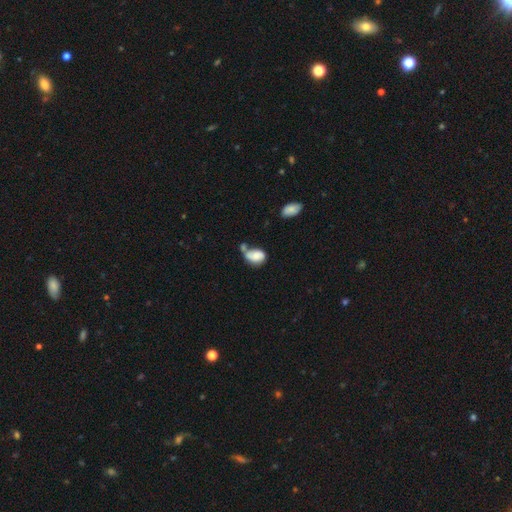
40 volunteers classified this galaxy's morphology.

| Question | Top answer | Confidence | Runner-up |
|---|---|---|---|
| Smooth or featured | smooth | 75% | featured or disk (22%) |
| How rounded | in between | 80% | round (17%) |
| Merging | merger | 41% | none (33%) |